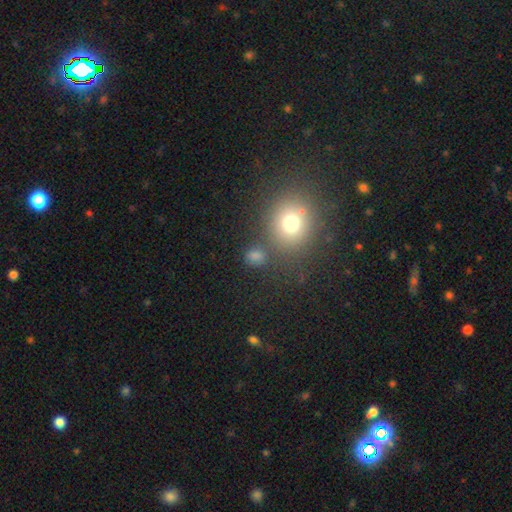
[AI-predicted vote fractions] This is likely a smooth galaxy (68%). How rounded: likely round (71%). Merging: likely none (73%).